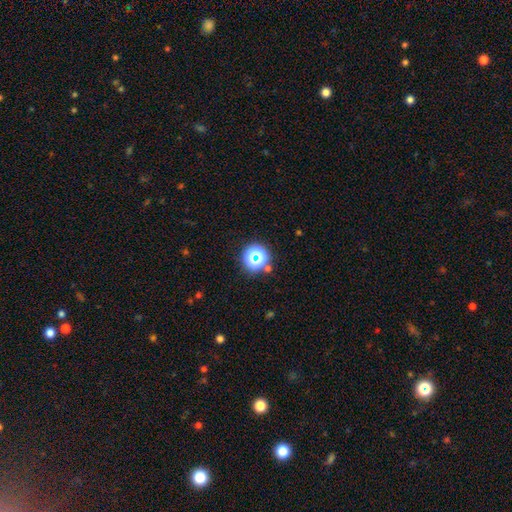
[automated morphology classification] star or artifact 50%, smooth 39%, featured or disk 11%.